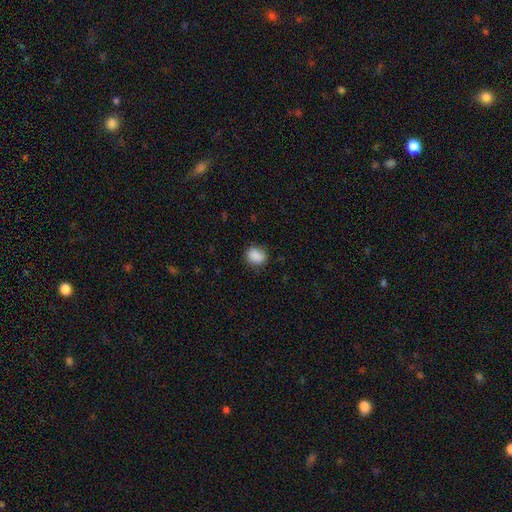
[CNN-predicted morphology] Overall: smooth (87%). How rounded: round (52%; in between 47%). Merging: none (78%).